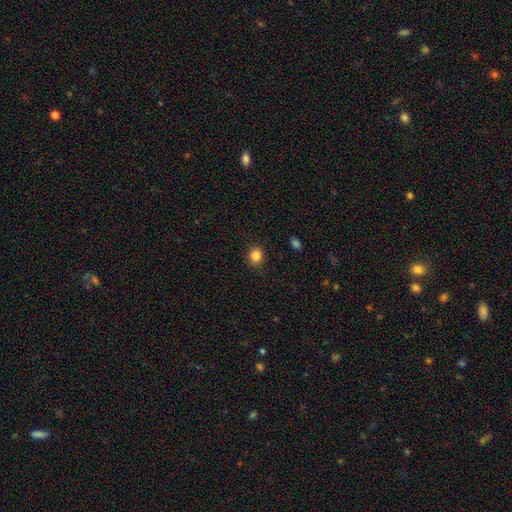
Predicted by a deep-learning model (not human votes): A smooth galaxy with no disk features (86%) that is round (74%).

Vote fractions:
- Smooth or featured? smooth: 86% / star or artifact: 11% / featured or disk: 4%
- How rounded? round: 74% / in between: 25% / cigar-shaped: 1%
- Merging? none: 87% / minor disturbance: 9% / major disturbance: 3% / merger: 1%